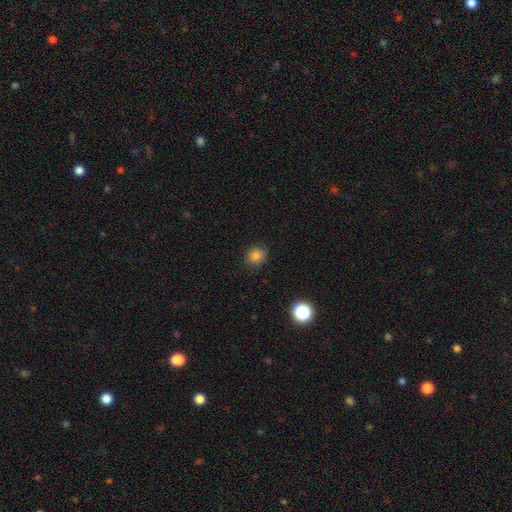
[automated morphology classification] Smooth or featured?
  - smooth: 83% *
  - star or artifact: 12%
  - featured or disk: 4%
How rounded?
  - round: 81% *
  - in between: 18%
  - cigar-shaped: 1%
Merging?
  - none: 86% *
  - minor disturbance: 10%
  - major disturbance: 3%
  - merger: 1%